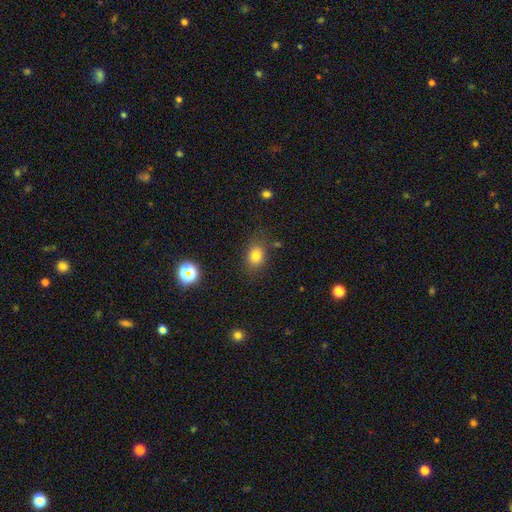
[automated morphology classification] A smooth galaxy with no disk features (78%) that is in between round and cigar-shaped (62%).

Vote fractions:
- Smooth or featured? smooth: 78% / star or artifact: 14% / featured or disk: 8%
- How rounded? in between: 62% / round: 37% / cigar-shaped: 1%
- Merging? none: 78% / minor disturbance: 14% / major disturbance: 5% / merger: 3%